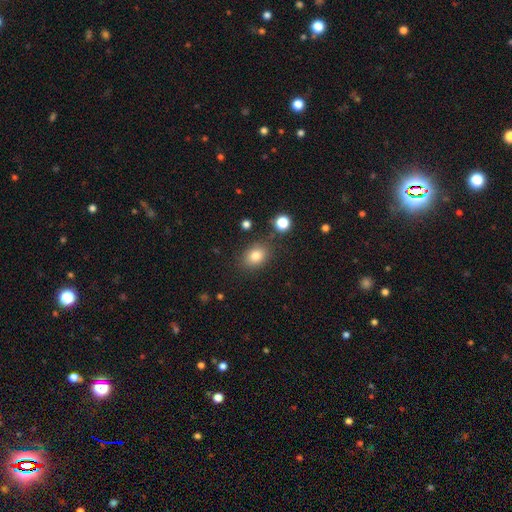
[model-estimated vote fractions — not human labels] Smooth or featured: smooth — 80% (star or artifact — 11%)
How rounded: in between — 60% (round — 39%)
Merging: none — 80% (minor disturbance — 12%)